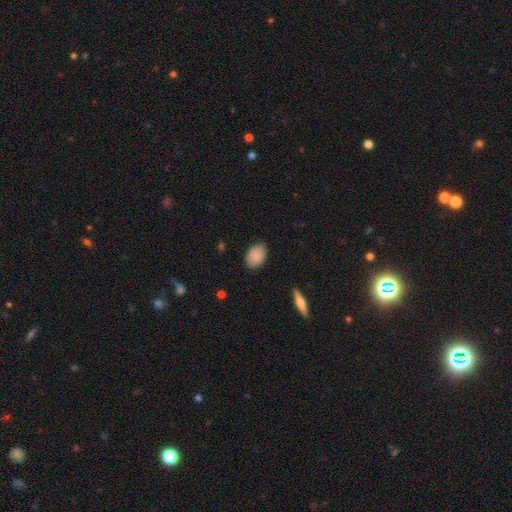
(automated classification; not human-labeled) This appears to be a smooth galaxy with no disk features (89%) that is in between round and cigar-shaped (89%). Merging: none (84%).